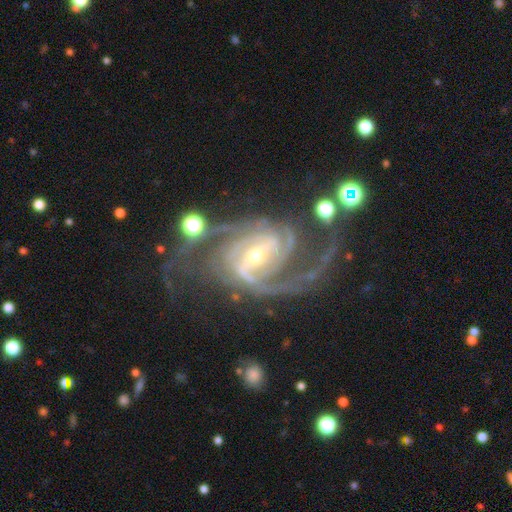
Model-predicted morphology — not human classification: Q: Smooth or featured?
A: featured or disk (93%); runner-up: star or artifact (5%)
Q: Edge-on disk?
A: no (98%); runner-up: yes (2%)
Q: Bar?
A: strong (45%); runner-up: weak (38%)
Q: Spiral arms?
A: yes (98%); runner-up: no (2%)
Q: Spiral winding?
A: medium (51%); runner-up: tight (35%)
Q: Spiral arm count?
A: 2 (37%); runner-up: 3 (28%)
Q: Bulge size?
A: small (59%); runner-up: moderate (37%)
Q: Merging?
A: none (57%); runner-up: major disturbance (21%)